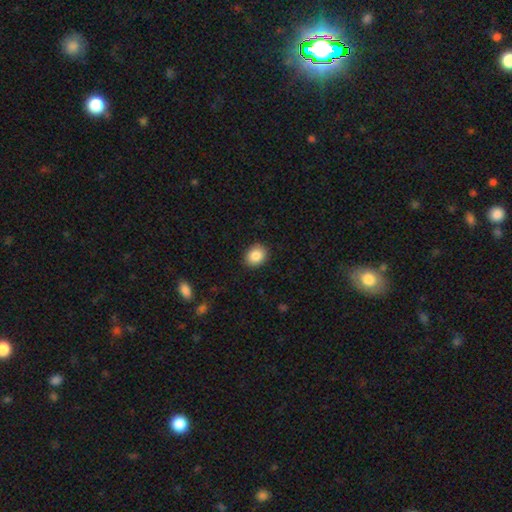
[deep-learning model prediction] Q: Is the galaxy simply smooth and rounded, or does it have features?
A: smooth — 87%.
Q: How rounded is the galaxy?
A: round — 53%.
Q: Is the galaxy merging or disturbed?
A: none — 90%.